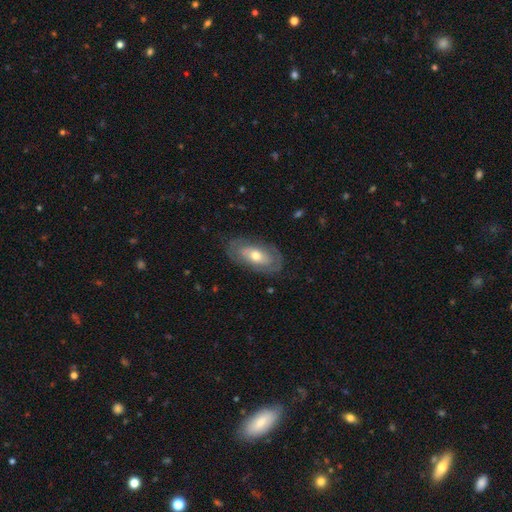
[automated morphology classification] Smooth or featured?
  - featured or disk: 52% *
  - smooth: 42%
  - star or artifact: 6%
Edge-on disk?
  - no: 86% *
  - yes: 14%
Merging?
  - none: 76% *
  - minor disturbance: 17%
  - major disturbance: 6%
  - merger: 1%